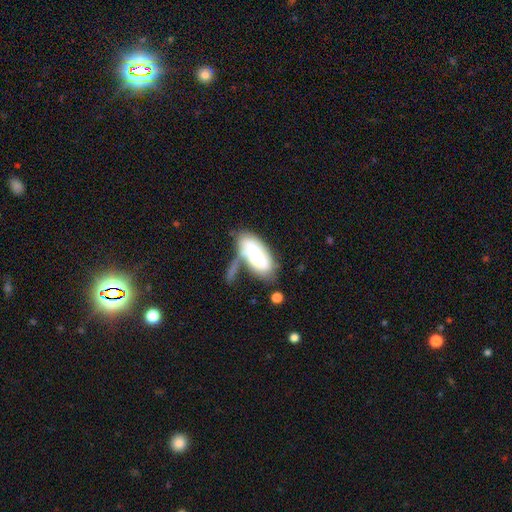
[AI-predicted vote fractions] This is possibly a smooth galaxy (49%). Merging: marginally merger (30%).